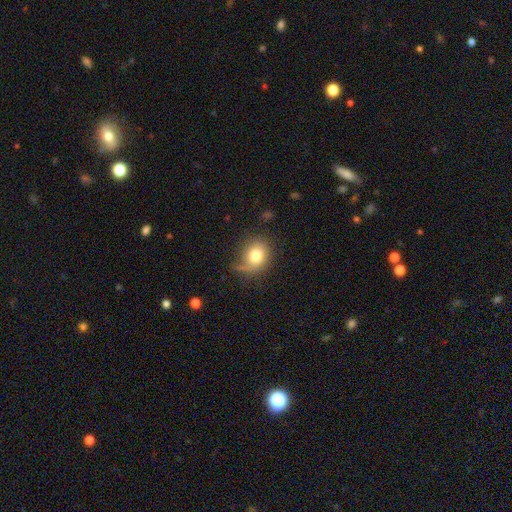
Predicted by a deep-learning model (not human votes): smooth 78%, featured or disk 12%, star or artifact 10%. Down the decision tree: how rounded — round (65%); merging — none (61%).